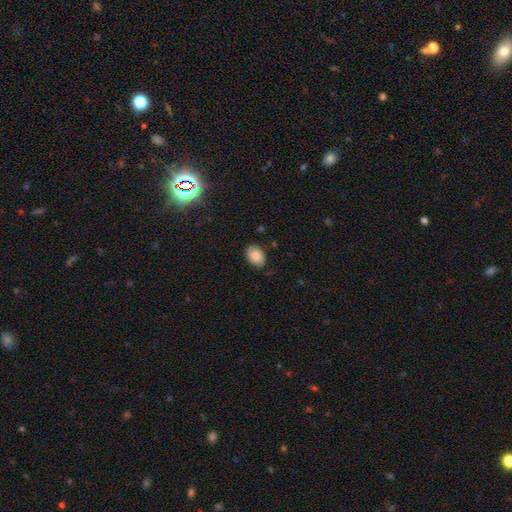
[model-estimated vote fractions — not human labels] Smooth or featured?
  - smooth: 80% *
  - featured or disk: 12%
  - star or artifact: 8%
How rounded?
  - in between: 80% *
  - round: 19%
  - cigar-shaped: 1%
Merging?
  - none: 81% *
  - minor disturbance: 15%
  - major disturbance: 3%
  - merger: 1%